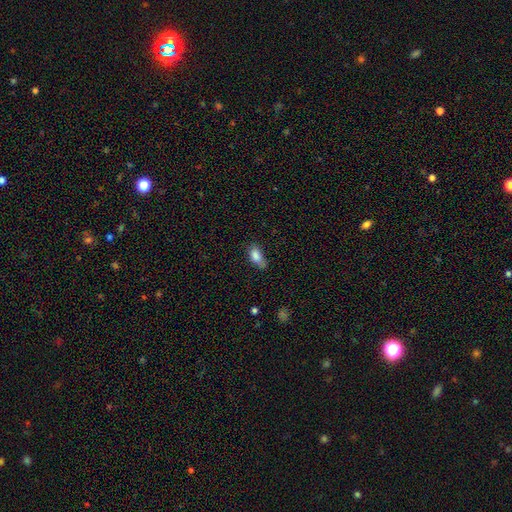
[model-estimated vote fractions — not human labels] This is clearly a smooth galaxy (83%). How rounded: clearly in between (87%). Merging: possibly none (49%).